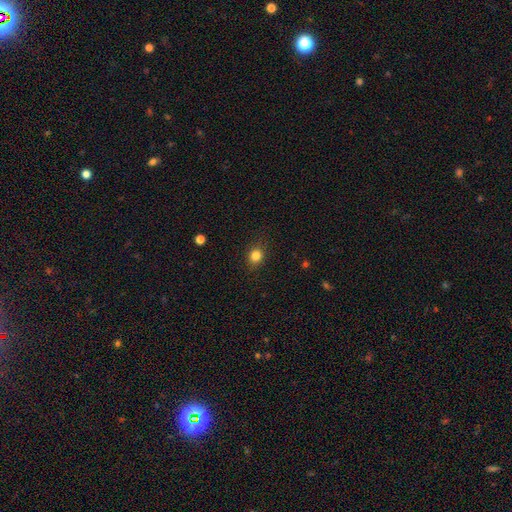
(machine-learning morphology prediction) Overall: smooth (83%). How rounded: round (72%). Merging: none (87%).